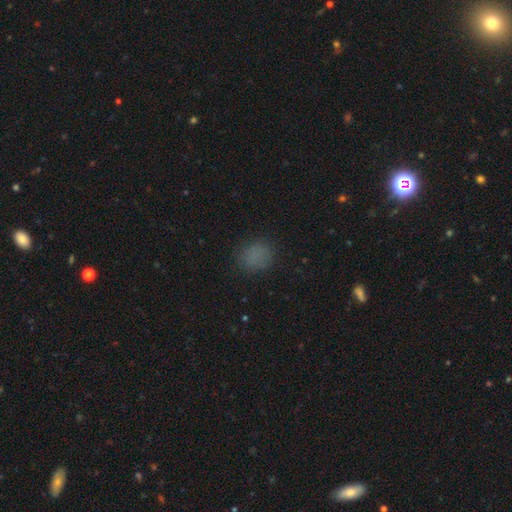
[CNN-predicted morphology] Smooth or featured? smooth (78%)
How rounded? round (71%)
Merging? none (83%)